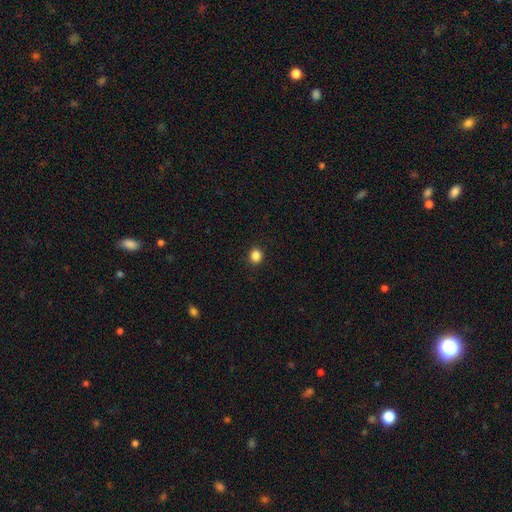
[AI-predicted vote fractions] Morphology: type=smooth (86%); roundness=round (81%); merging=none (91%).